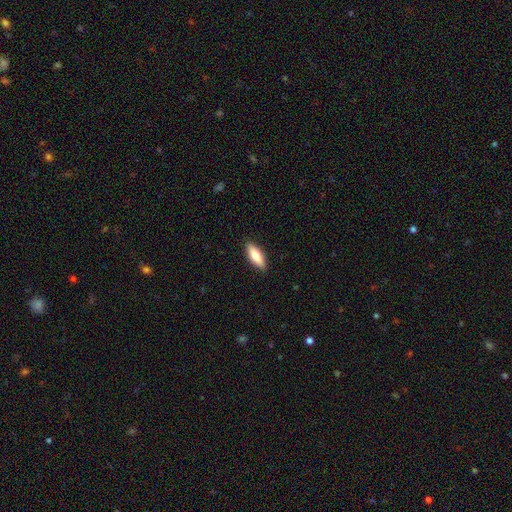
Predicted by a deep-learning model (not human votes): smooth_or_featured: smooth (p=0.79) [alt: featured or disk p=0.15]
how_rounded: in between (p=0.60) [alt: cigar-shaped p=0.38]
merging: none (p=0.89) [alt: minor disturbance p=0.08]